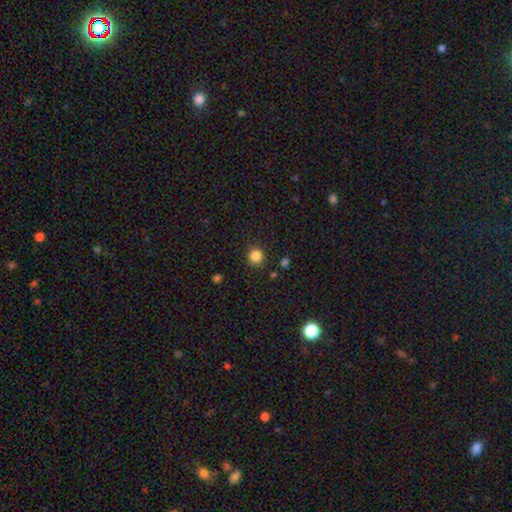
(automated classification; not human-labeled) Smooth or featured?
  - smooth: 85% *
  - star or artifact: 12%
  - featured or disk: 4%
How rounded?
  - round: 92% *
  - in between: 7%
  - cigar-shaped: 1%
Merging?
  - none: 88% *
  - minor disturbance: 8%
  - major disturbance: 2%
  - merger: 2%